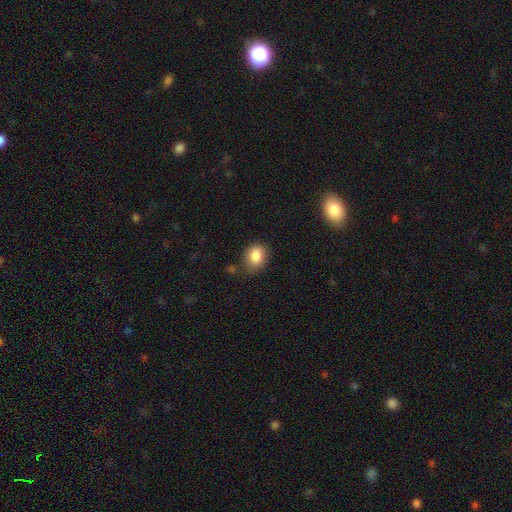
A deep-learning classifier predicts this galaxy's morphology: Q: Smooth or featured?
A: smooth (84%); runner-up: star or artifact (9%)
Q: How rounded?
A: in between (62%); runner-up: round (37%)
Q: Merging?
A: none (74%); runner-up: minor disturbance (18%)